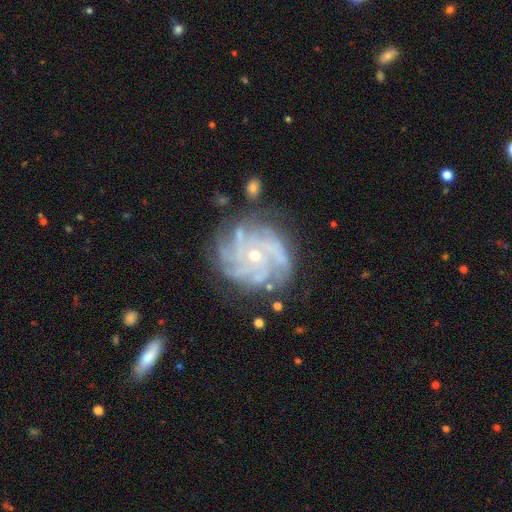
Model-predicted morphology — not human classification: A featured or disk galaxy (87%) with no bar (76%), 4 (27%) tight (66%) spiral arms (97%) and a small central bulge (70%). Merging: none (75%).